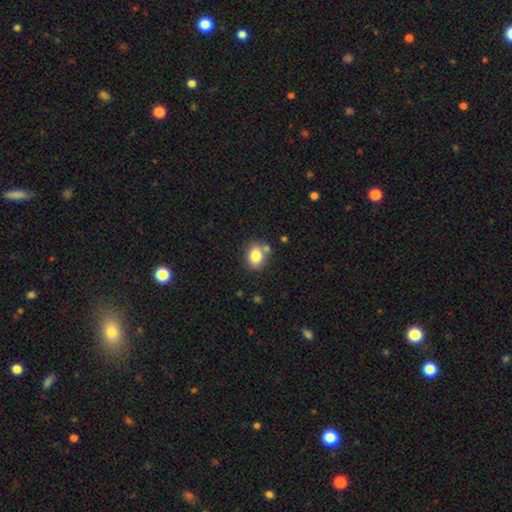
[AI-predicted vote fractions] Smooth or featured: smooth — 82% (star or artifact — 9%)
How rounded: in between — 60% (round — 39%)
Merging: none — 68% (merger — 14%)